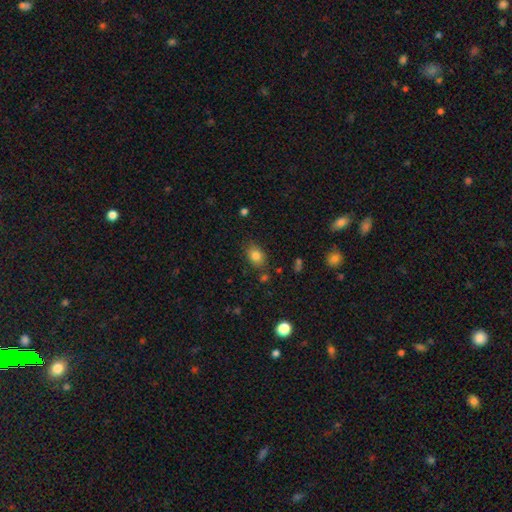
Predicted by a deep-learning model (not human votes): smooth_or_featured: smooth (p=0.81) [alt: star or artifact p=0.11]
how_rounded: in between (p=0.72) [alt: round p=0.26]
merging: none (p=0.78) [alt: minor disturbance p=0.14]